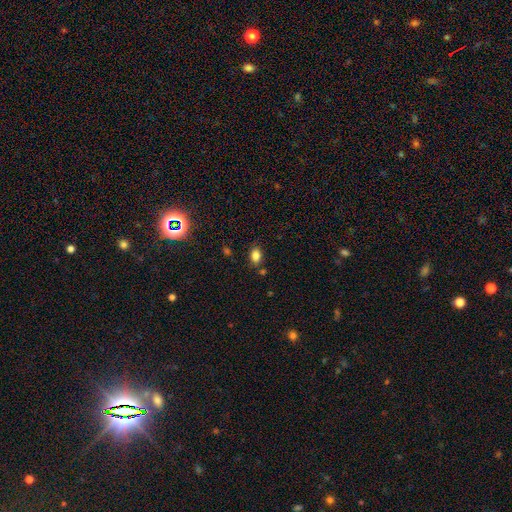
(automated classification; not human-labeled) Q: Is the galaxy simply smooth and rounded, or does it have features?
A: smooth — 82%.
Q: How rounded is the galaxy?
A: in between — 77%.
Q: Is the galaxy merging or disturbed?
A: none — 80%.